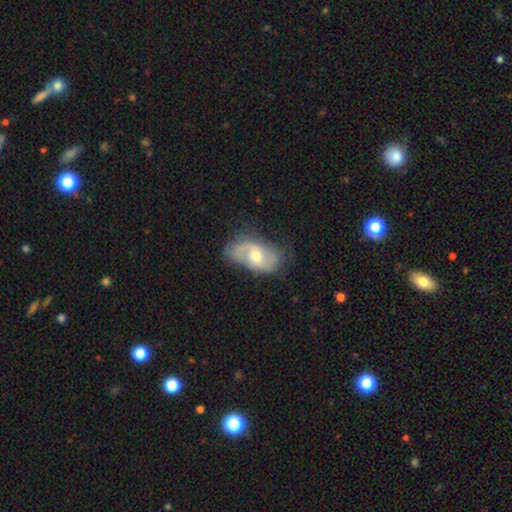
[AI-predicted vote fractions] smooth_or_featured: featured or disk (p=0.67) [alt: smooth p=0.27]
disk_edge_on: no (p=0.94) [alt: yes p=0.06]
bar: no (p=0.58) [alt: weak p=0.35]
has_spiral_arms: yes (p=0.84) [alt: no p=0.16]
spiral_winding: medium (p=0.45) [alt: loose p=0.31]
spiral_arm_count: 2 (p=0.79) [alt: can't tell p=0.13]
bulge_size: moderate (p=0.69) [alt: small p=0.21]
merging: none (p=0.67) [alt: minor disturbance p=0.24]